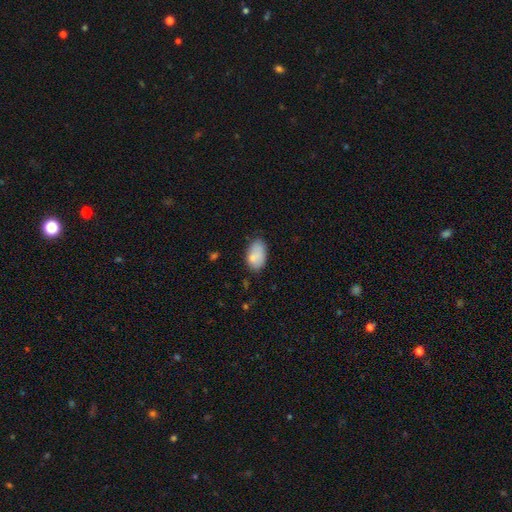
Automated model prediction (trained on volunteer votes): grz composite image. It shows a smooth galaxy with no disk features (81%) that is in between round and cigar-shaped (92%). Merging: none (61%).